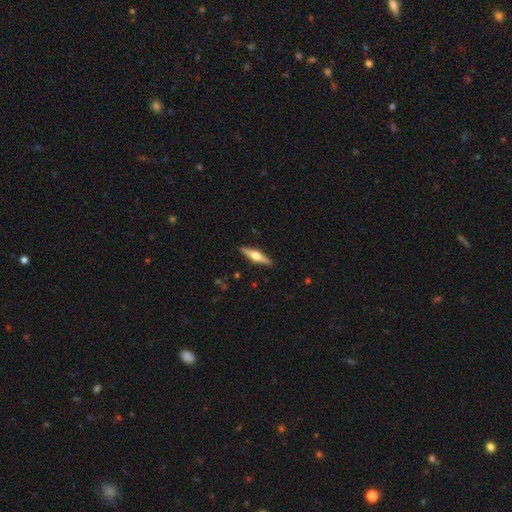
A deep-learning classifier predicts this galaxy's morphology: A featured or disk galaxy (63%) viewed edge-on (97%) with a rounded central bulge (95%).

Vote fractions:
- Smooth or featured? featured or disk: 63% / smooth: 32% / star or artifact: 5%
- Edge-on disk? yes: 97% / no: 3%
- Edge-on bulge? rounded: 95% / boxy: 3% / none: 2%
- Merging? none: 91% / minor disturbance: 7% / major disturbance: 1% / merger: 1%